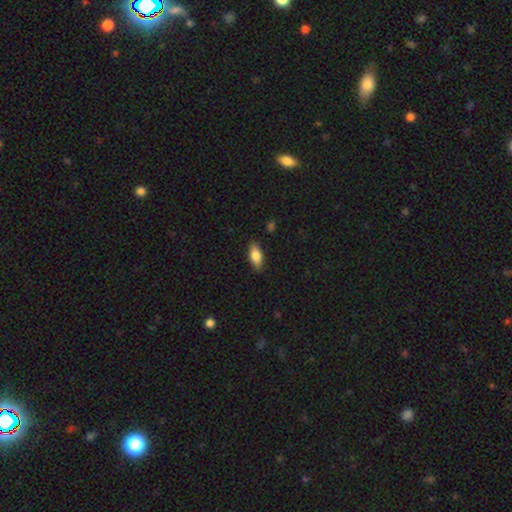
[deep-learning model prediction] Smooth or featured? Predicted: smooth (p=0.78). How rounded? Predicted: in between (p=0.82). Merging? Predicted: none (p=0.88).